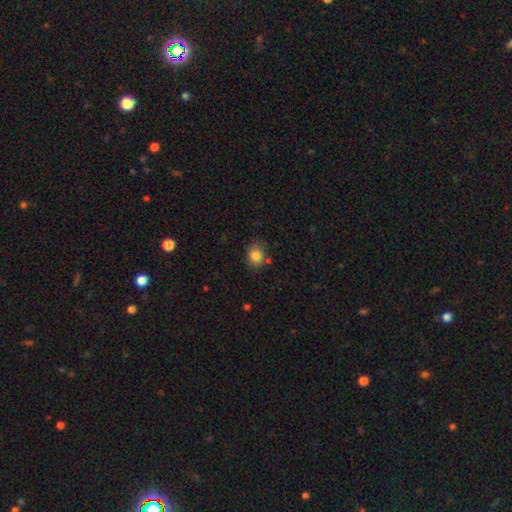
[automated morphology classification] This is clearly a smooth galaxy (84%). How rounded: likely round (63%). Merging: likely none (72%).